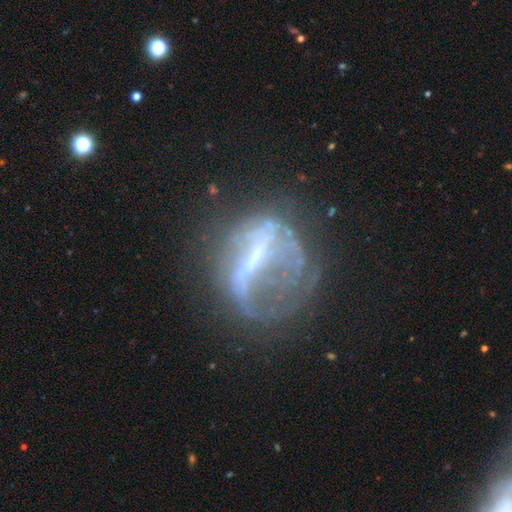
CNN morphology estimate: type=featured or disk (69%); edge-on=no (92%); bar=strong (50%); spiral arms=no (58%); bulge=small (39%); merging=none (39%).